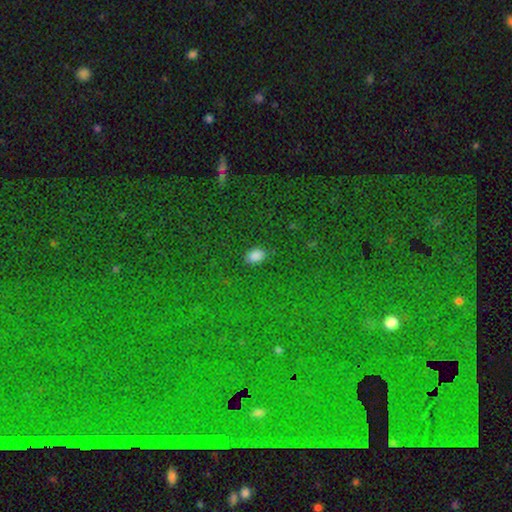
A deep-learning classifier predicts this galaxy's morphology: smooth 80%, star or artifact 16%, featured or disk 4%. Down the decision tree: how rounded — in between (82%); merging — none (86%).